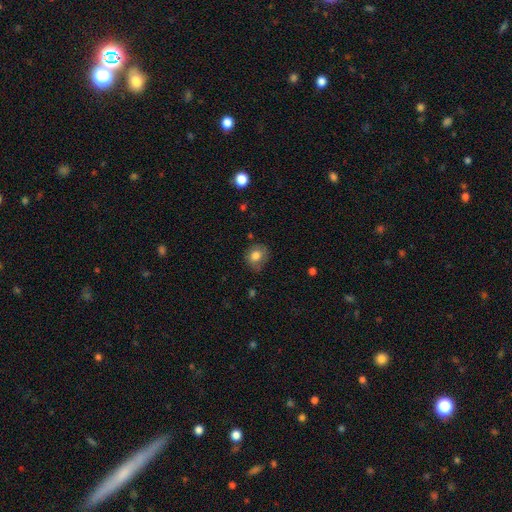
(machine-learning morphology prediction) Smooth or featured: smooth — 78% (featured or disk — 13%)
How rounded: round — 63% (in between — 36%)
Merging: none — 64% (minor disturbance — 26%)